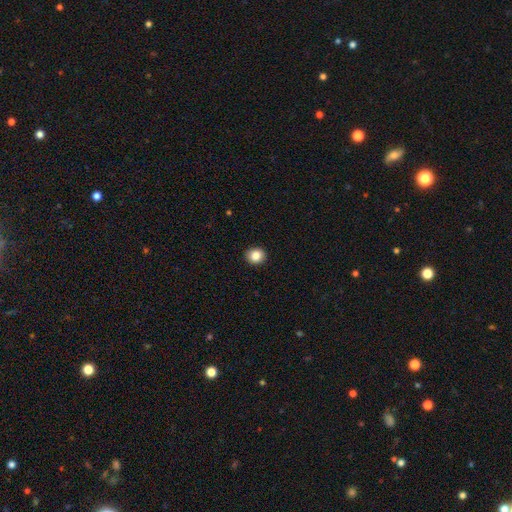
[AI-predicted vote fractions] Smooth or featured?
  - smooth: 86% *
  - star or artifact: 9%
  - featured or disk: 5%
How rounded?
  - round: 81% *
  - in between: 18%
  - cigar-shaped: 1%
Merging?
  - none: 93% *
  - minor disturbance: 5%
  - major disturbance: 1%
  - merger: 1%